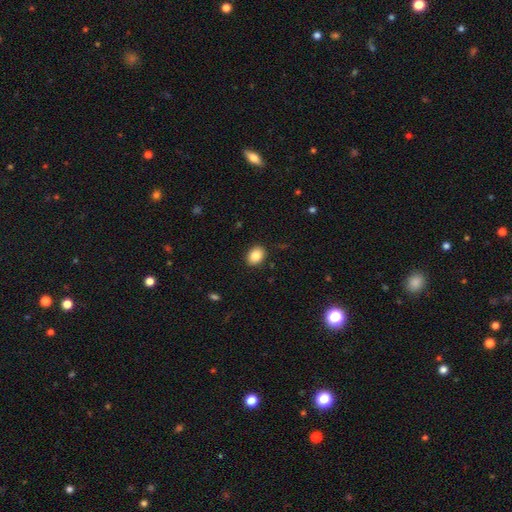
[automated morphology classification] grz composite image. It shows a smooth galaxy with no disk features (86%) that is in between round and cigar-shaped (65%). Merging: none (90%).